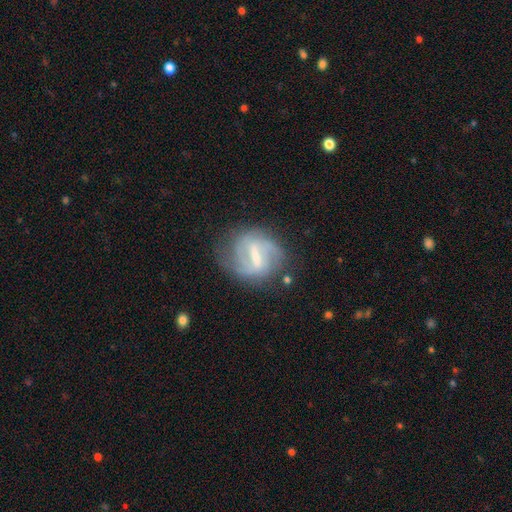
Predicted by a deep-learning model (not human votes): Overall: featured or disk (80%). Edge-on disk: no (96%). Bar: strong (58%; weak 35%). Spiral arms: yes (87%). Spiral arm count: 2 (67%). Spiral winding: medium (41%; tight 32%). Bulge size: small (38%; none 30%). Merging: none (67%).